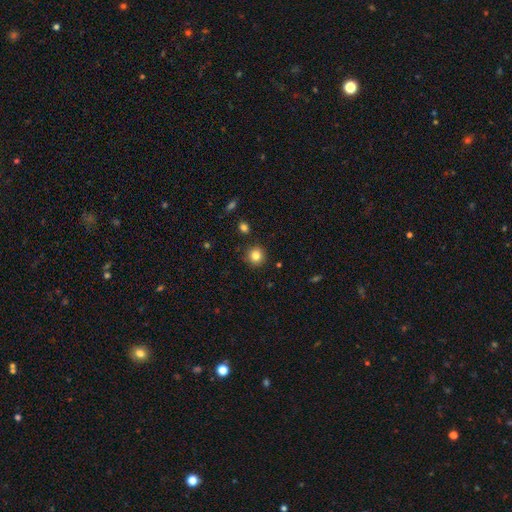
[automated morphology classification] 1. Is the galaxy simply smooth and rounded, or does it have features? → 83% smooth, 11% star or artifact, 6% featured or disk.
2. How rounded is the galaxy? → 92% round, 7% in between, 1% cigar-shaped.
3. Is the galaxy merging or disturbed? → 89% none, 7% minor disturbance, 2% major disturbance, 2% merger.